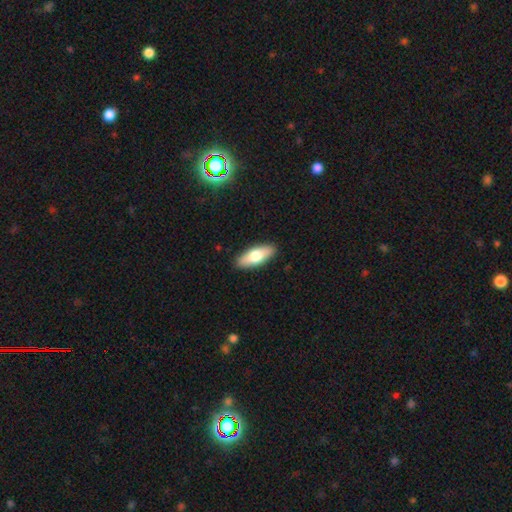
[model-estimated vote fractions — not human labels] smooth-or-featured: smooth: 70% | featured or disk: 24% | star or artifact: 5%
  how-rounded: in between: 74% | cigar-shaped: 23% | round: 2%
  merging: none: 90% | minor disturbance: 8% | major disturbance: 2% | merger: 1%